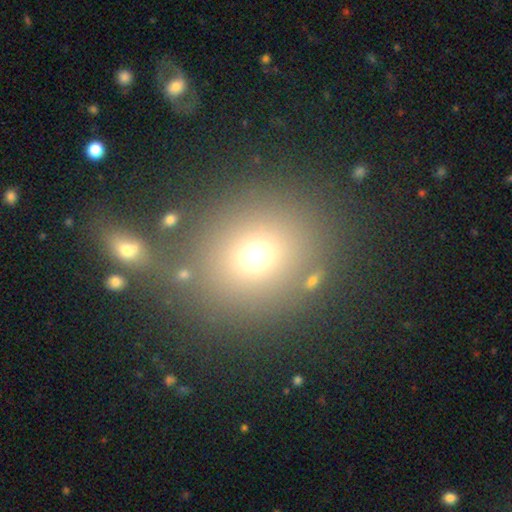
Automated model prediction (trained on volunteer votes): Smooth or featured? Predicted: smooth (p=0.69). How rounded? Predicted: round (p=0.81). Merging? Predicted: none (p=0.77).